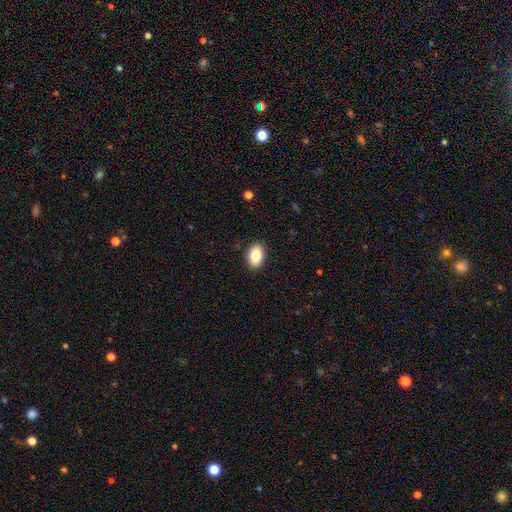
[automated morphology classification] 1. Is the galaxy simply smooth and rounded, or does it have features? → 84% smooth, 9% featured or disk, 7% star or artifact.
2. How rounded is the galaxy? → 89% in between, 10% round, 1% cigar-shaped.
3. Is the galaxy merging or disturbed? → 89% none, 8% minor disturbance, 2% major disturbance, 1% merger.